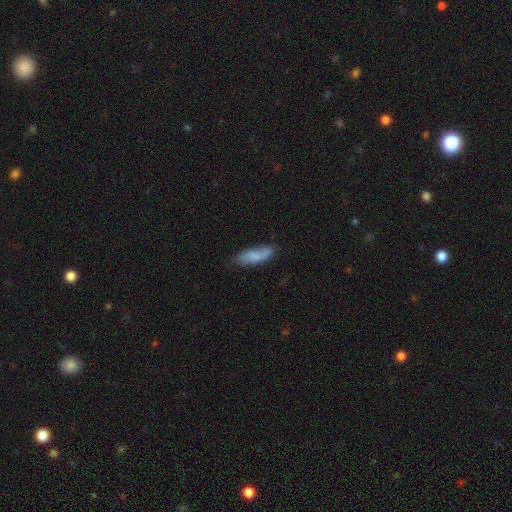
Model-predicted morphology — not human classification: A smooth galaxy with no disk features (78%) that is in between round and cigar-shaped (53%).

Vote fractions:
- Smooth or featured? smooth: 78% / featured or disk: 15% / star or artifact: 7%
- How rounded? in between: 53% / cigar-shaped: 45% / round: 2%
- Merging? none: 63% / minor disturbance: 27% / major disturbance: 7% / merger: 3%